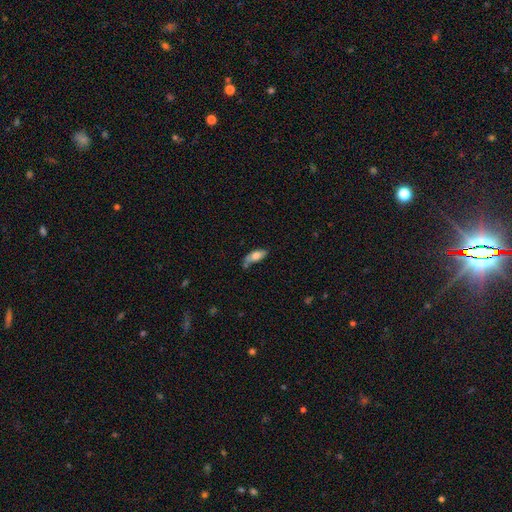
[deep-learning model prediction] smooth-or-featured: smooth: 75% | featured or disk: 18% | star or artifact: 7%
  how-rounded: in between: 76% | cigar-shaped: 22% | round: 3%
  merging: none: 48% | minor disturbance: 30% | merger: 12% | major disturbance: 10%